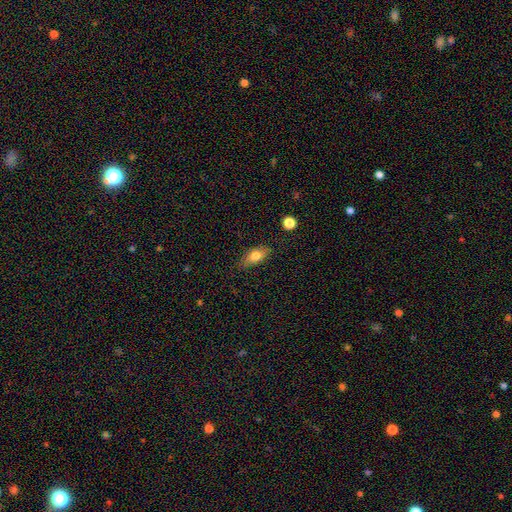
Overall: smooth (65%; featured or disk 32%). How rounded: in between (96%). Merging: none (79%).